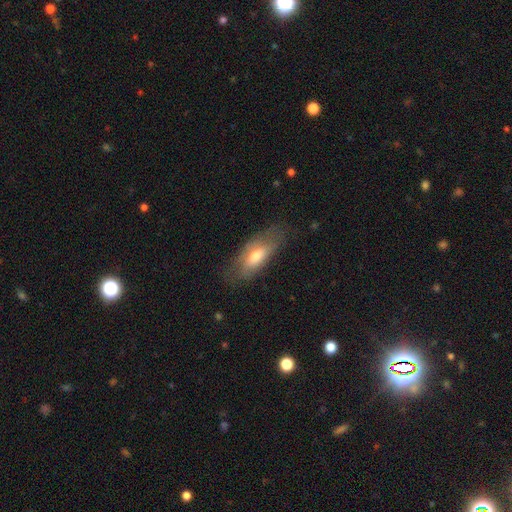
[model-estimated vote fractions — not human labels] Smooth or featured? smooth (60%)
How rounded? in between (77%)
Merging? none (64%)